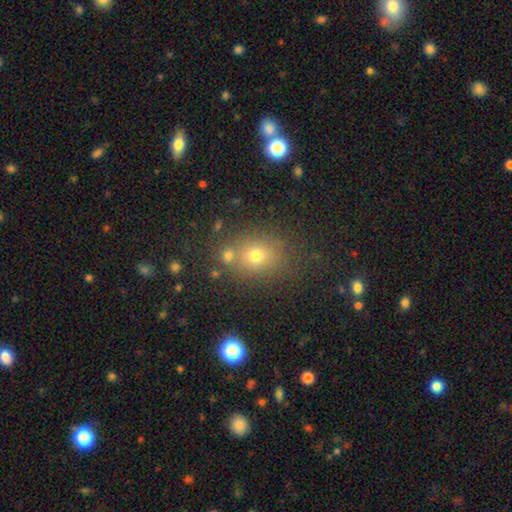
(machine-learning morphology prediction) The model was most divided on "how rounded": round: 61%, in between: 38%, cigar-shaped: 1%. More confident: merging — none (75%); smooth or featured — smooth (64%).